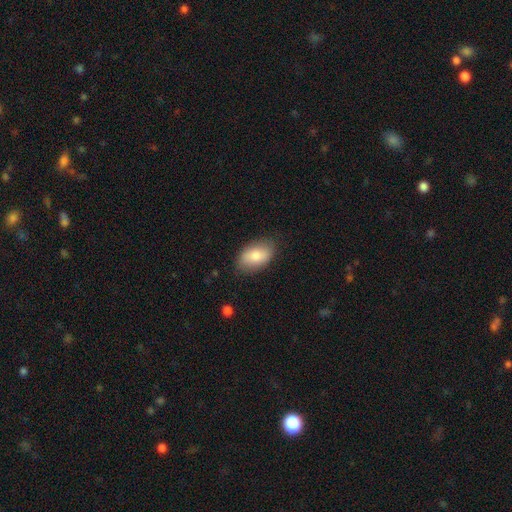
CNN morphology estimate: This is clearly a smooth galaxy (80%). How rounded: clearly in between (92%). Merging: clearly none (82%).